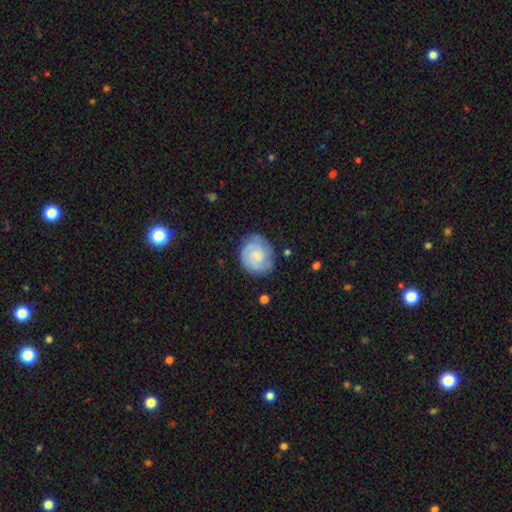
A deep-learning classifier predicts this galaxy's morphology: featured or disk 56%, smooth 37%, star or artifact 7%. Down the decision tree: edge-on disk — no (98%); bar — no (74%); spiral arms — yes (85%); bulge size — small (37%); merging — none (72%).